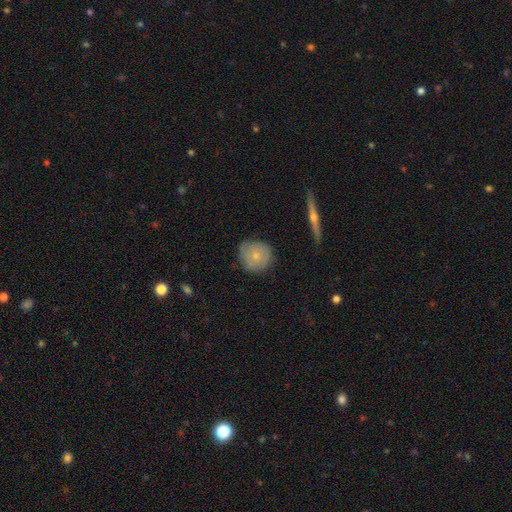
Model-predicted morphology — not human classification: The model was most divided on "smooth or featured": smooth: 65%, featured or disk: 28%, star or artifact: 7%. More confident: how rounded — round (90%); merging — none (72%).